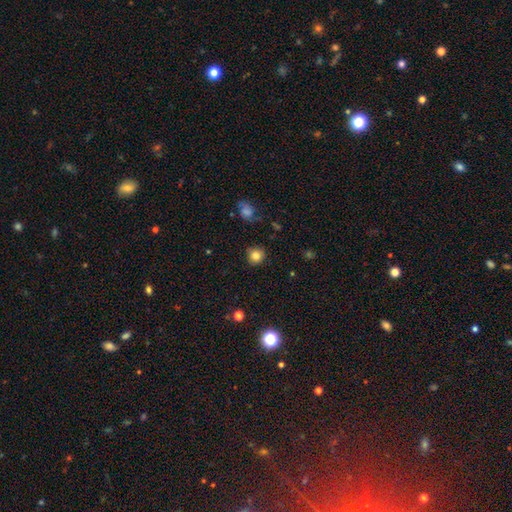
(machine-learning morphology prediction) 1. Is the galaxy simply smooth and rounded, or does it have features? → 82% smooth, 11% star or artifact, 7% featured or disk.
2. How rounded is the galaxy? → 90% round, 9% in between, 1% cigar-shaped.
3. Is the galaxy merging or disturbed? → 86% none, 10% minor disturbance, 3% major disturbance, 1% merger.